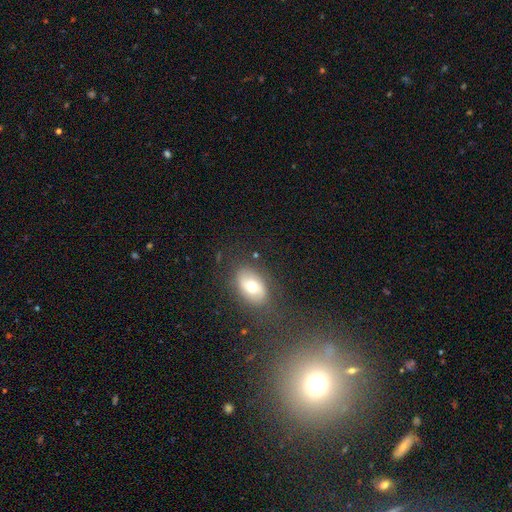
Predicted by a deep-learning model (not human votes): smooth 51%, featured or disk 32%, star or artifact 17%. Down the decision tree: how rounded — in between (81%); merging — none (75%).